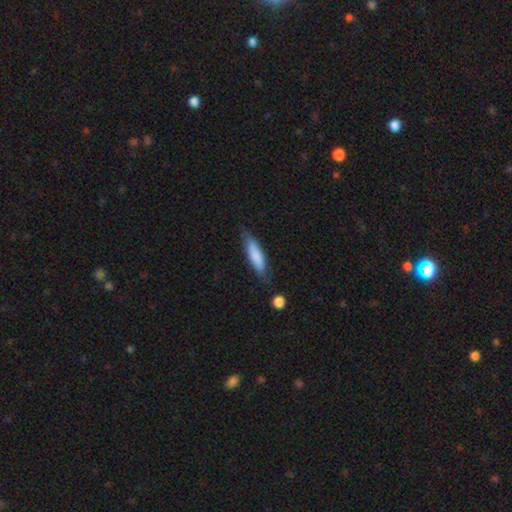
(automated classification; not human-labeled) smooth 81%, featured or disk 14%, star or artifact 6%. Down the decision tree: how rounded — cigar-shaped (68%); merging — none (74%).